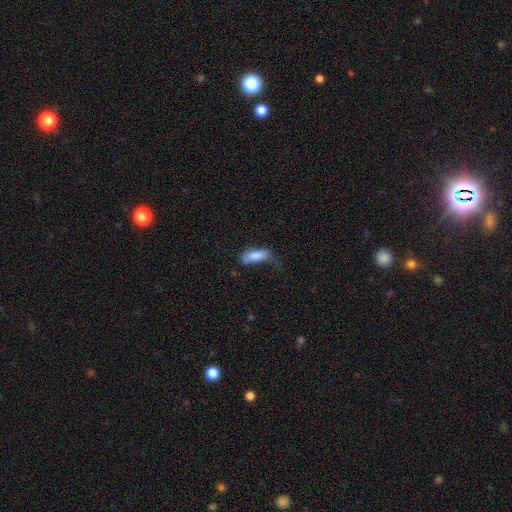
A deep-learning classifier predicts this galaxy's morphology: This is likely a smooth galaxy (80%). How rounded: likely in between (66%). Merging: marginally none (36%).